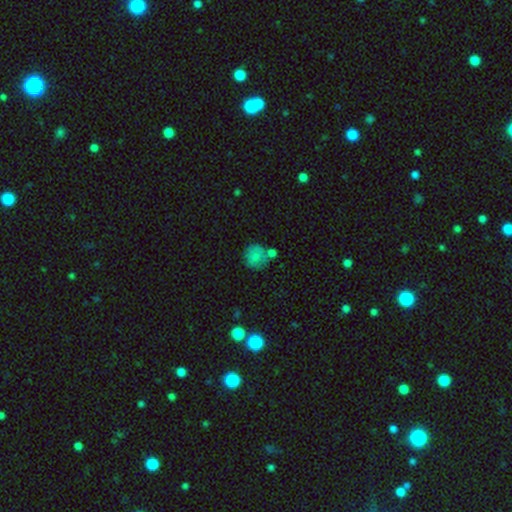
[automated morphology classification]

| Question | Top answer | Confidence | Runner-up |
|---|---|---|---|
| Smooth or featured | smooth | 79% | featured or disk (12%) |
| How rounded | round | 87% | in between (12%) |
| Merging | none | 57% | merger (20%) |